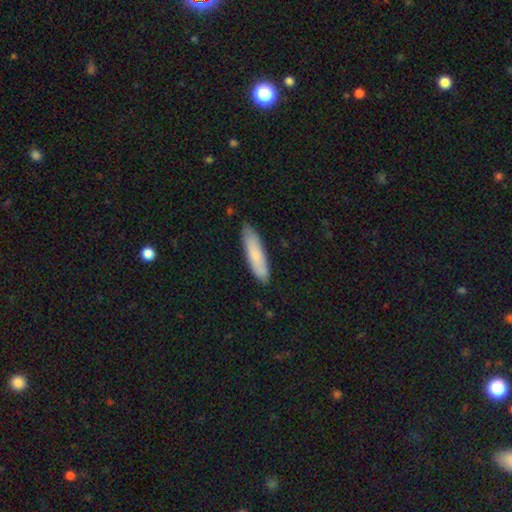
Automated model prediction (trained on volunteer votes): Morphology: type=smooth (81%); roundness=cigar-shaped (75%); merging=none (83%).